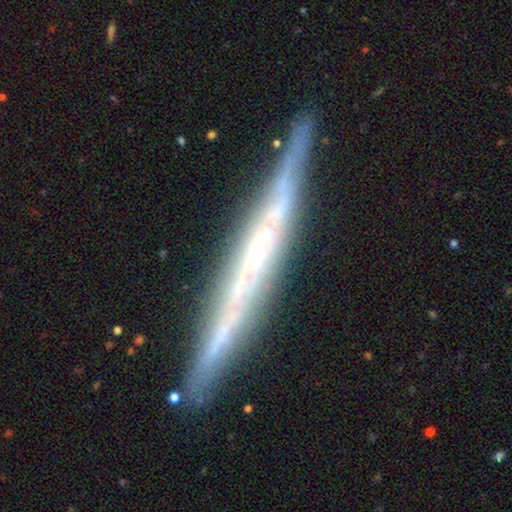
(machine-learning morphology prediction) Smooth or featured?
  - featured or disk: 77% *
  - smooth: 15%
  - star or artifact: 8%
Edge-on disk?
  - yes: 94% *
  - no: 6%
Edge-on bulge?
  - none: 74% *
  - rounded: 15%
  - boxy: 11%
Merging?
  - none: 85% *
  - minor disturbance: 11%
  - major disturbance: 2%
  - merger: 2%